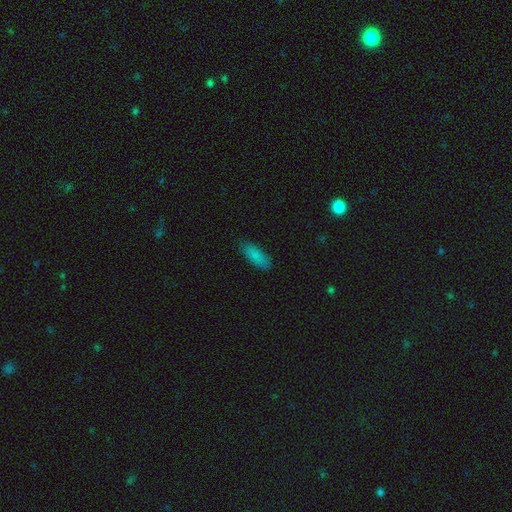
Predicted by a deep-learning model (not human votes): Smooth or featured? Predicted: smooth (p=0.85). How rounded? Predicted: in between (p=0.75). Merging? Predicted: none (p=0.84).